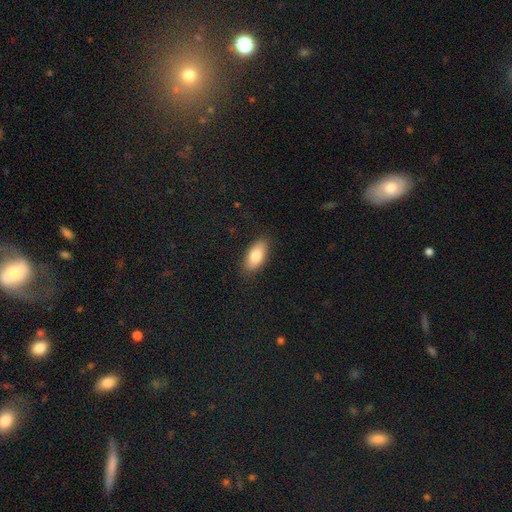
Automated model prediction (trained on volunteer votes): Smooth or featured?
  - smooth: 82% *
  - featured or disk: 11%
  - star or artifact: 7%
How rounded?
  - in between: 90% *
  - cigar-shaped: 7%
  - round: 3%
Merging?
  - none: 87% *
  - minor disturbance: 10%
  - major disturbance: 2%
  - merger: 1%